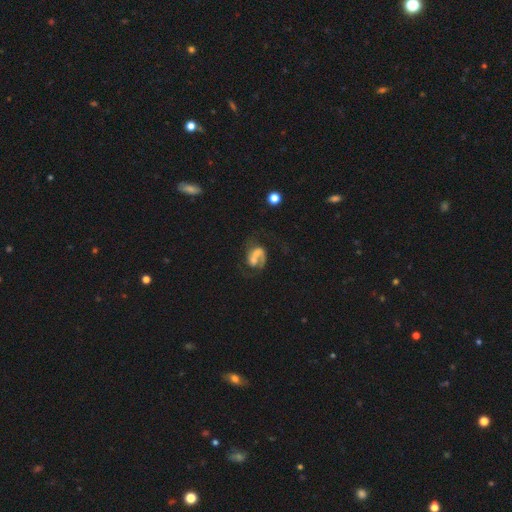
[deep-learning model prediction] smooth_or_featured: featured or disk (p=0.67) [alt: smooth p=0.23]
disk_edge_on: no (p=0.98) [alt: yes p=0.02]
bar: no (p=0.62) [alt: weak p=0.28]
has_spiral_arms: yes (p=0.74) [alt: no p=0.26]
bulge_size: small (p=0.32) [alt: moderate p=0.31]
merging: none (p=0.30) [alt: major disturbance p=0.29]